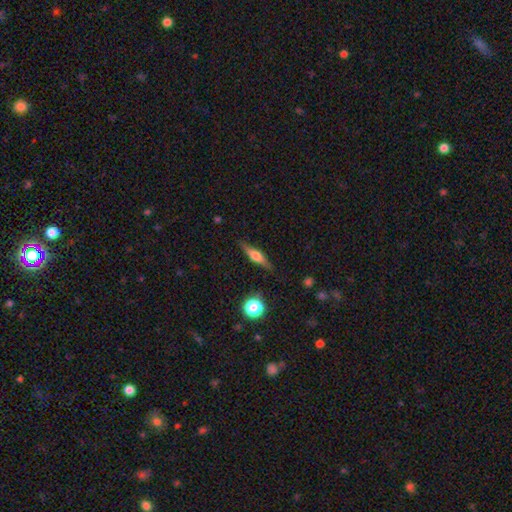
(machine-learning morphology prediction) Smooth or featured: featured or disk — 58% (smooth — 35%)
Edge-on disk: yes — 96% (no — 4%)
Edge-on bulge: rounded — 87% (boxy — 9%)
Merging: none — 87% (minor disturbance — 9%)